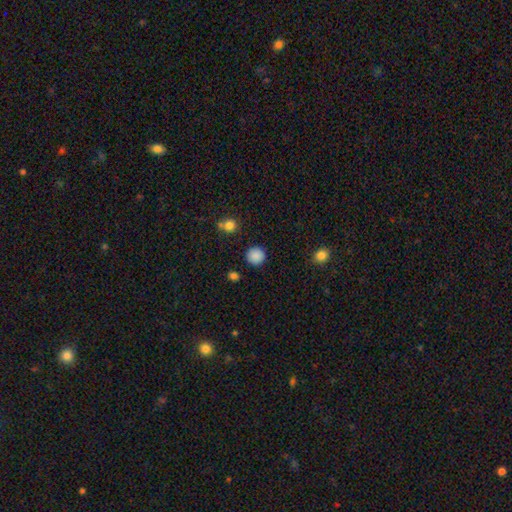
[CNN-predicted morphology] type=smooth (87%); roundness=round (94%); merging=none (90%).